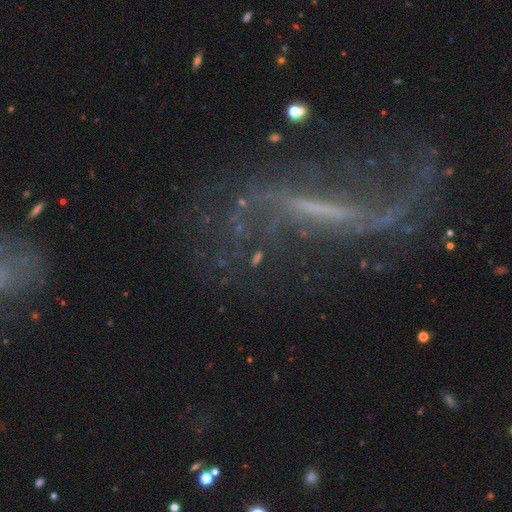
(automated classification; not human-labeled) A featured or disk galaxy (70%) with a strong bar (51%), spiral arms (58%) and no central bulge (57%). Merging: none (51%).